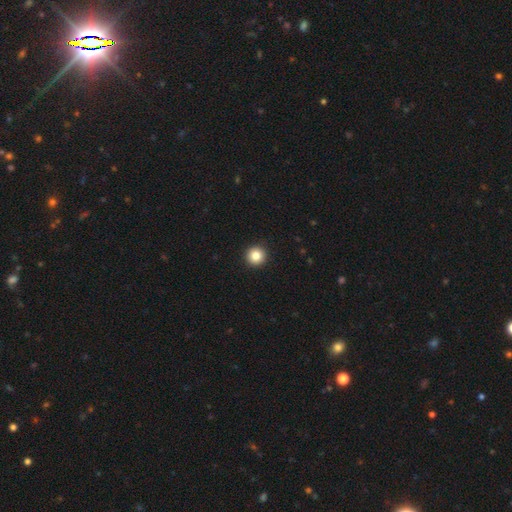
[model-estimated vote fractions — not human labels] Smooth or featured?
  - smooth: 84% *
  - star or artifact: 10%
  - featured or disk: 6%
How rounded?
  - round: 96% *
  - in between: 3%
  - cigar-shaped: 1%
Merging?
  - none: 94% *
  - minor disturbance: 4%
  - major disturbance: 1%
  - merger: 1%